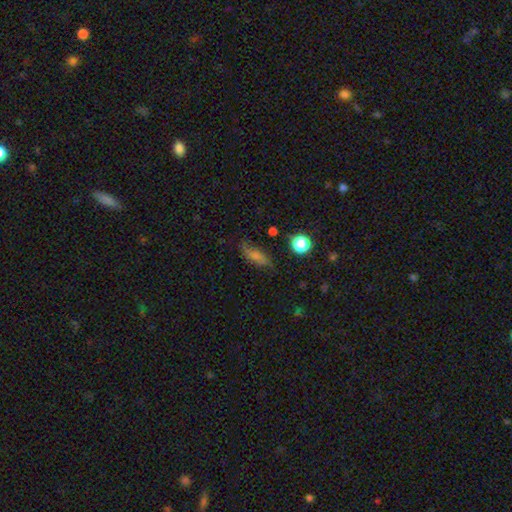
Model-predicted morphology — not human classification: A smooth galaxy with no disk features (55%) that is in between round and cigar-shaped (64%).

Vote fractions:
- Smooth or featured? smooth: 55% / featured or disk: 32% / star or artifact: 13%
- How rounded? in between: 64% / cigar-shaped: 28% / round: 8%
- Merging? none: 72% / minor disturbance: 21% / major disturbance: 6% / merger: 2%